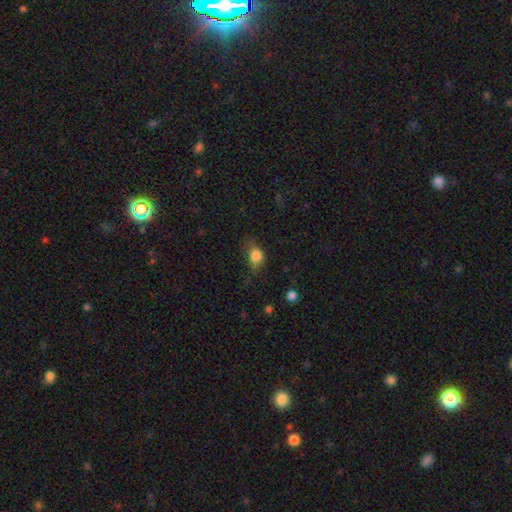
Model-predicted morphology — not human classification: The model was most divided on "merging": none: 49%, minor disturbance: 34%, major disturbance: 14%, merger: 2%. More confident: smooth or featured — smooth (83%); how rounded — in between (62%).